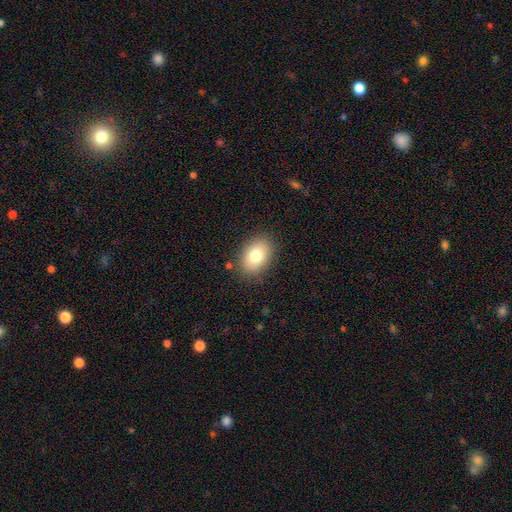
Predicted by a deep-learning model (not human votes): This is likely a smooth galaxy (79%). How rounded: clearly in between (81%). Merging: clearly none (86%).